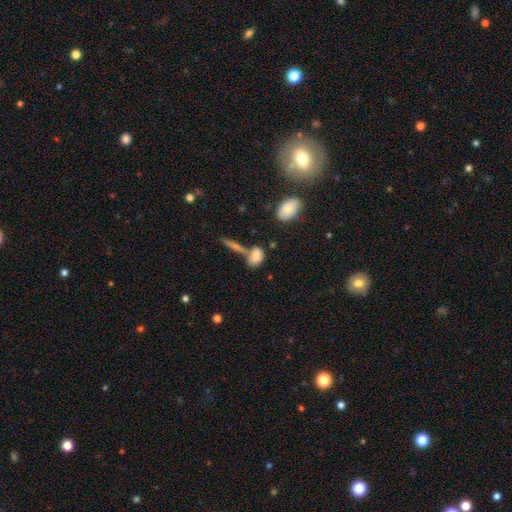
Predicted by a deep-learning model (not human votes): Smooth or featured? Predicted: smooth (p=0.80). How rounded? Predicted: in between (p=0.80). Merging? Predicted: none (p=0.43).